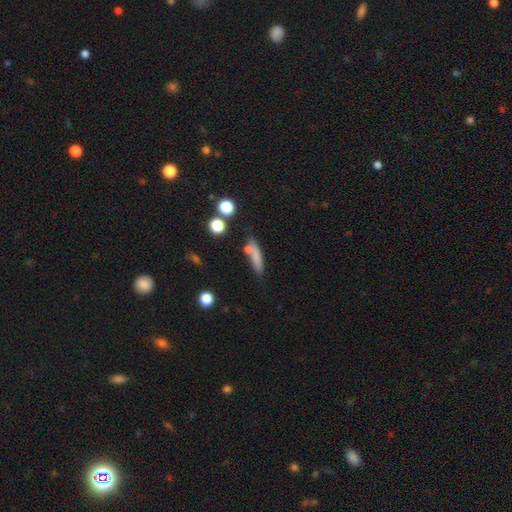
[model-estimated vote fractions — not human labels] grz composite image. It shows a smooth galaxy with no disk features (75%) that is cigar-shaped (71%). Merging: none (65%).